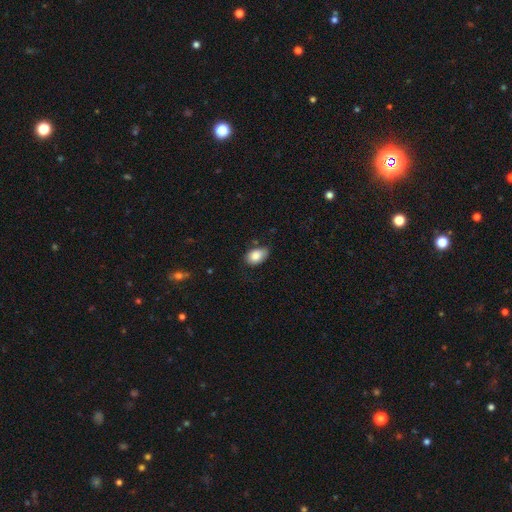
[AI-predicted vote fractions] Smooth or featured? smooth (85%)
How rounded? in between (84%)
Merging? none (63%)